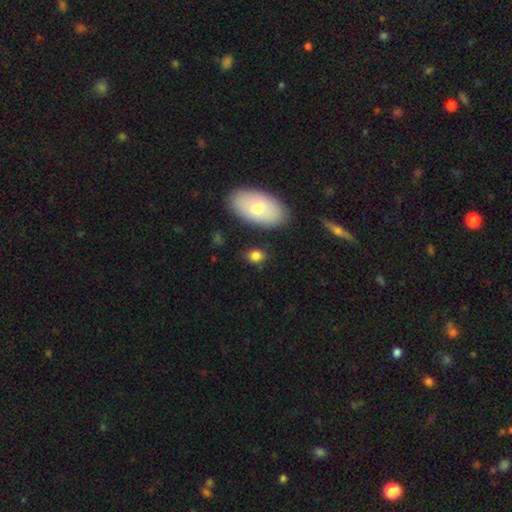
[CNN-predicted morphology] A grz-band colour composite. It shows a smooth galaxy with no disk features (82%) that is in between round and cigar-shaped (61%). Merging: none (78%).